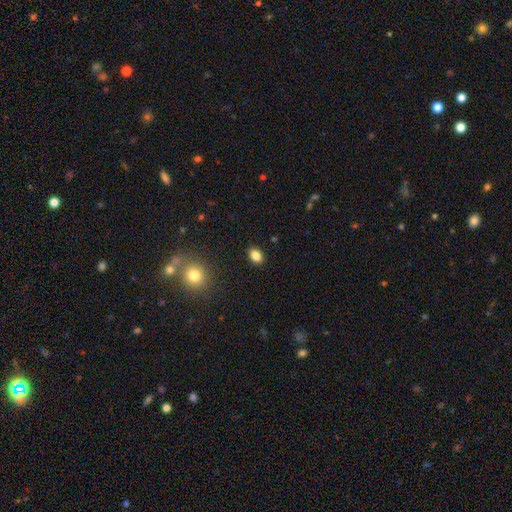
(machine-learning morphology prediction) type=smooth (84%); roundness=in between (75%); merging=none (89%).